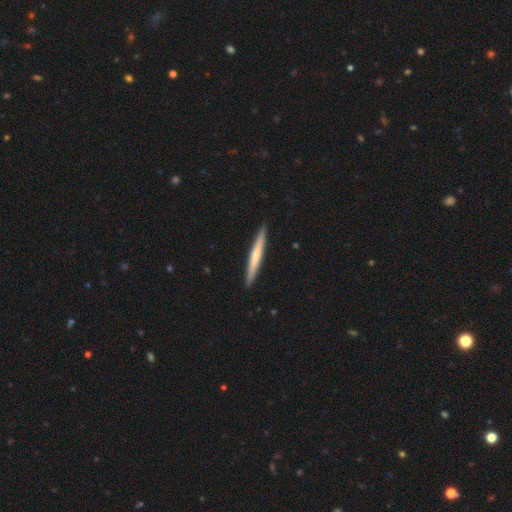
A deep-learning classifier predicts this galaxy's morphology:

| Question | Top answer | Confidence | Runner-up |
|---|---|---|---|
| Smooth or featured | smooth | 56% | featured or disk (39%) |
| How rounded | cigar-shaped | 97% | in between (2%) |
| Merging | none | 92% | minor disturbance (6%) |